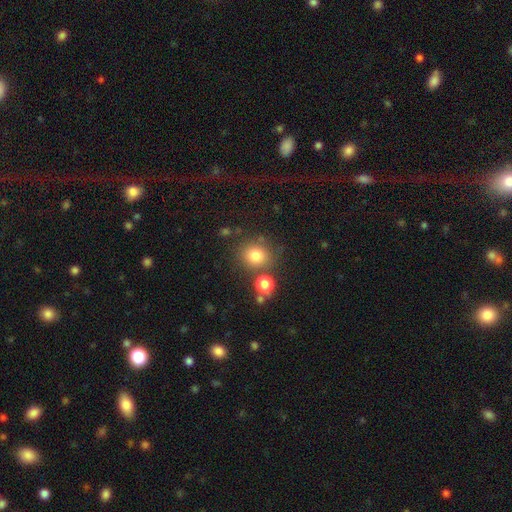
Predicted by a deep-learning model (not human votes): This is likely a smooth galaxy (79%). How rounded: clearly round (82%). Merging: likely none (73%).